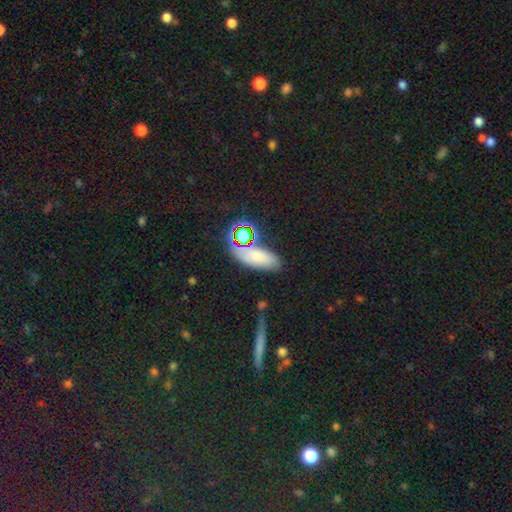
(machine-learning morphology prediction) Smooth or featured? Predicted: smooth (p=0.64). How rounded? Predicted: in between (p=0.76). Merging? Predicted: none (p=0.69).